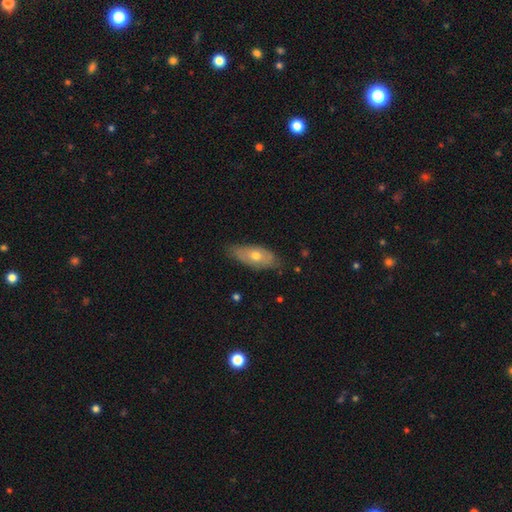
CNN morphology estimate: Q: Smooth or featured?
A: smooth (50%); runner-up: featured or disk (43%)
Q: Merging?
A: none (76%); runner-up: minor disturbance (20%)